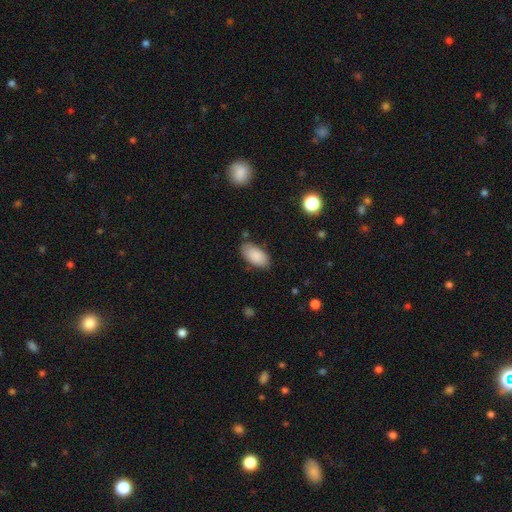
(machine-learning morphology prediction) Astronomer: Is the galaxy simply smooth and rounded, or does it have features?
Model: smooth — 88%.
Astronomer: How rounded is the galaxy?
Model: in between — 95%.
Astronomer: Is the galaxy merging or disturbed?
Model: none — 81%.